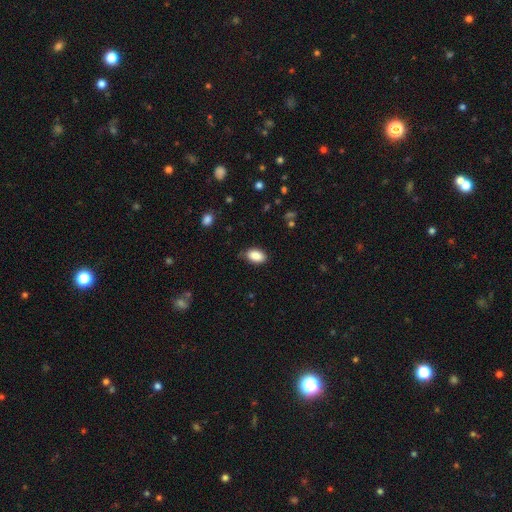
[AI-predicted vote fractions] Overall: smooth (88%). How rounded: in between (92%). Merging: none (78%).